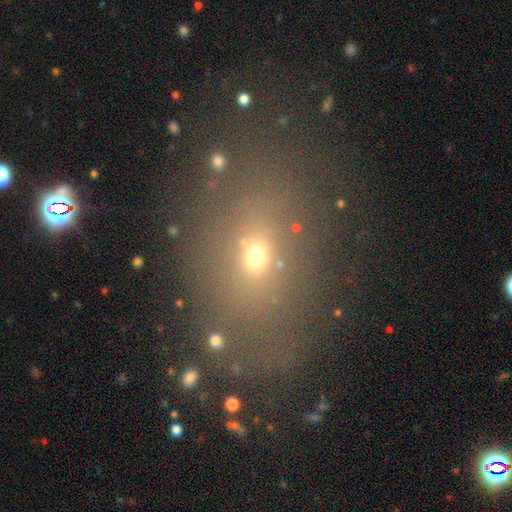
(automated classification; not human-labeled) Q: Smooth or featured?
A: smooth (57%); runner-up: star or artifact (27%)
Q: How rounded?
A: in between (65%); runner-up: round (32%)
Q: Merging?
A: none (76%); runner-up: minor disturbance (13%)